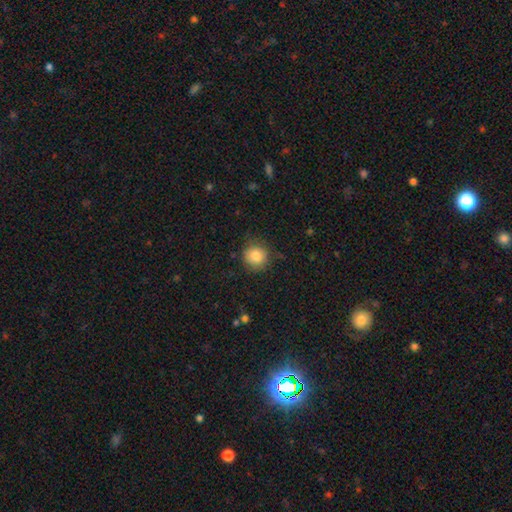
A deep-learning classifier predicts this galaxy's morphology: smooth-or-featured: smooth: 83% | star or artifact: 10% | featured or disk: 7%
  how-rounded: round: 90% | in between: 9% | cigar-shaped: 1%
  merging: none: 82% | minor disturbance: 13% | major disturbance: 4% | merger: 1%